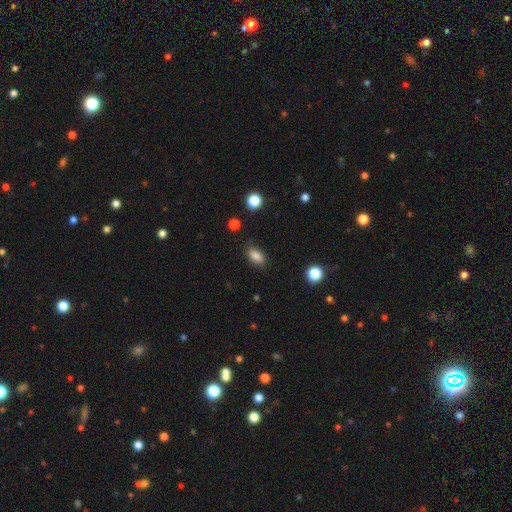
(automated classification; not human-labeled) Morphology: type=smooth (85%); roundness=in between (88%); merging=none (81%).